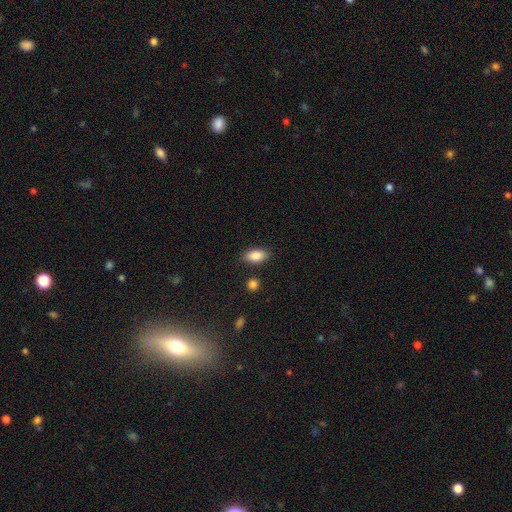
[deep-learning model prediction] The model was most divided on "merging": none: 84%, minor disturbance: 10%, merger: 3%, major disturbance: 3%. More confident: how rounded — in between (89%); smooth or featured — smooth (87%).